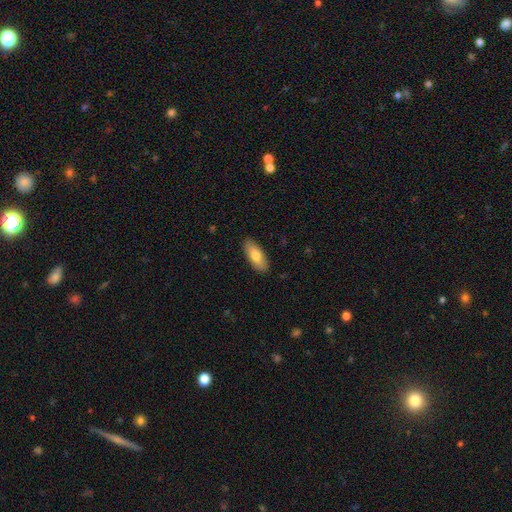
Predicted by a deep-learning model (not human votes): A smooth galaxy with no disk features (78%) that is in between round and cigar-shaped (80%).

Vote fractions:
- Smooth or featured? smooth: 78% / featured or disk: 16% / star or artifact: 6%
- How rounded? in between: 80% / cigar-shaped: 18% / round: 2%
- Merging? none: 88% / minor disturbance: 9% / major disturbance: 2% / merger: 1%